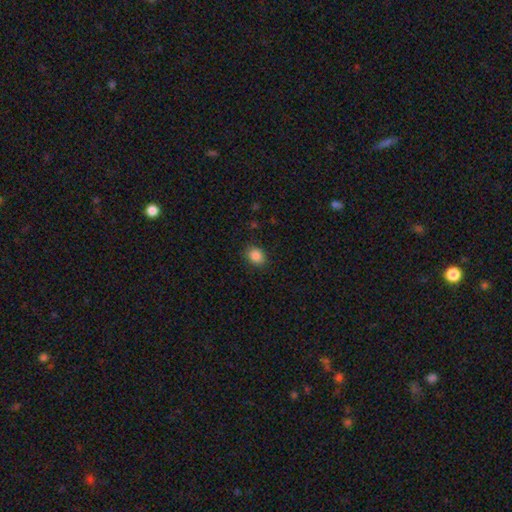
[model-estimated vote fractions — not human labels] This appears to be a smooth galaxy with no disk features (87%) that is round (55%). Merging: none (86%).